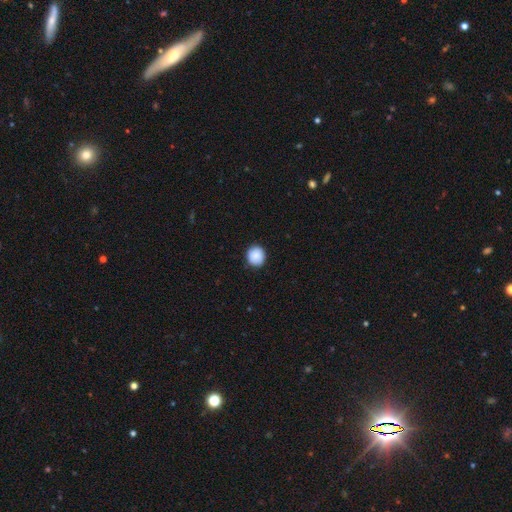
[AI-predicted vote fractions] smooth 89%, star or artifact 7%, featured or disk 4%. Down the decision tree: how rounded — round (84%); merging — none (88%).